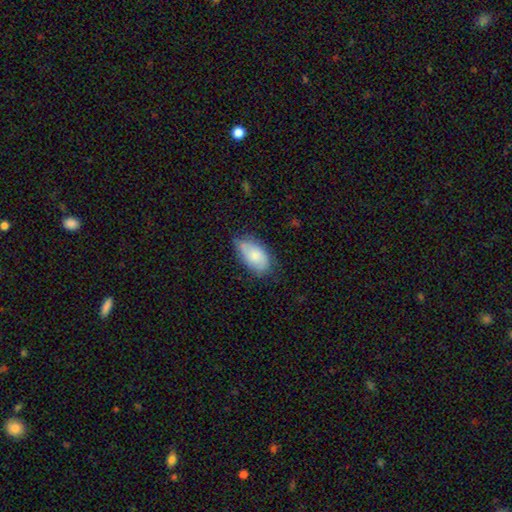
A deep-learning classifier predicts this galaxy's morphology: Smooth or featured? smooth (76%)
How rounded? in between (93%)
Merging? none (55%)